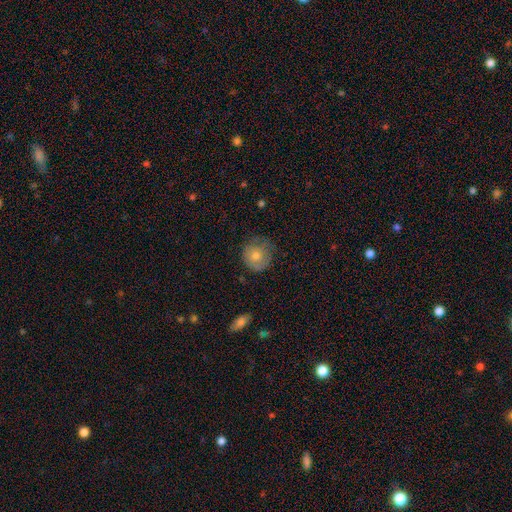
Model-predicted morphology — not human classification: smooth 66%, featured or disk 25%, star or artifact 9%. Down the decision tree: how rounded — round (88%); merging — none (71%).